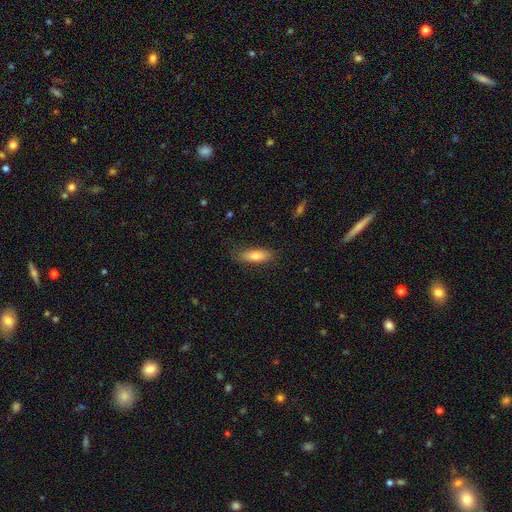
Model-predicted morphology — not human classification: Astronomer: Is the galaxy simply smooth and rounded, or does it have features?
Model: smooth — 77%.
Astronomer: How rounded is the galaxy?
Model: in between — 60% (runner-up: cigar-shaped, 38%).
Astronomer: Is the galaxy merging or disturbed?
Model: none — 80%.